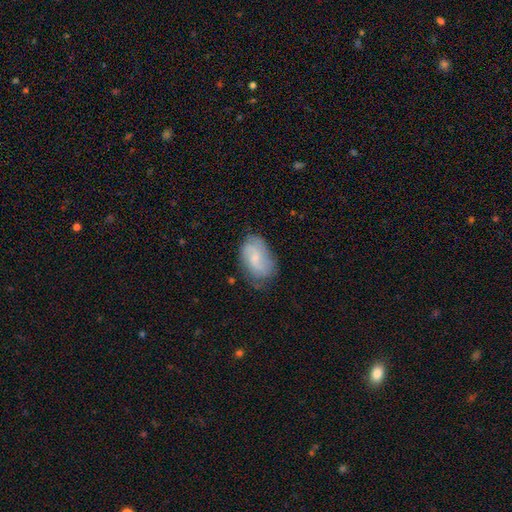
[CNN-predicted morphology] This appears to be a featured or disk galaxy (49%). Merging: none (65%).